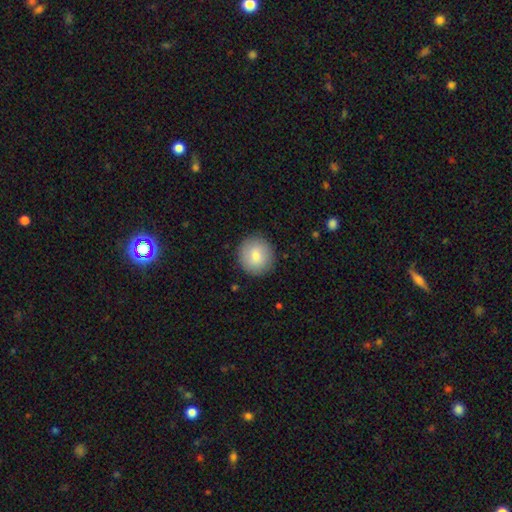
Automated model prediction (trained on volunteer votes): Q: Smooth or featured?
A: smooth (82%); runner-up: featured or disk (11%)
Q: How rounded?
A: round (92%); runner-up: in between (7%)
Q: Merging?
A: none (89%); runner-up: minor disturbance (8%)